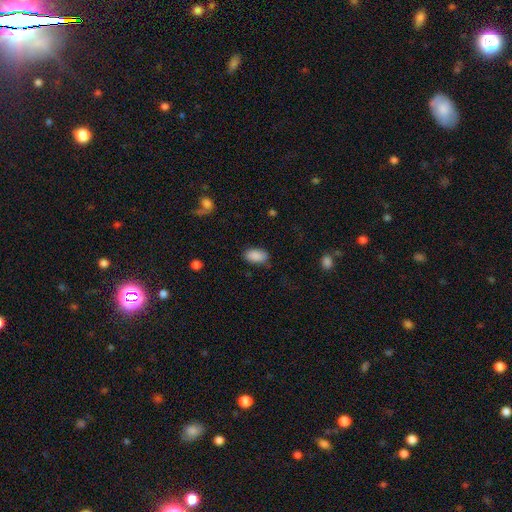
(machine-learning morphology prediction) type=smooth (89%); roundness=in between (93%); merging=none (80%).